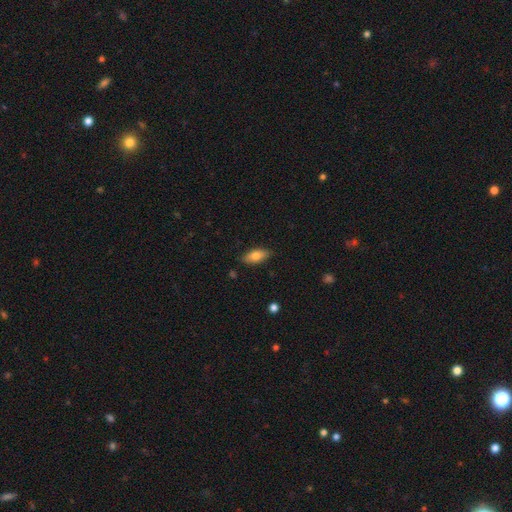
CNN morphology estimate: smooth 78%, featured or disk 15%, star or artifact 7%. Down the decision tree: how rounded — in between (83%); merging — none (85%).